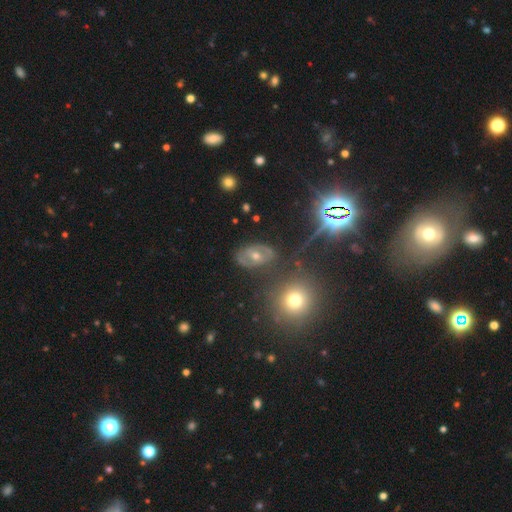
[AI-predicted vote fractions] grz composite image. It shows a featured or disk galaxy (55%). Merging: none (77%).